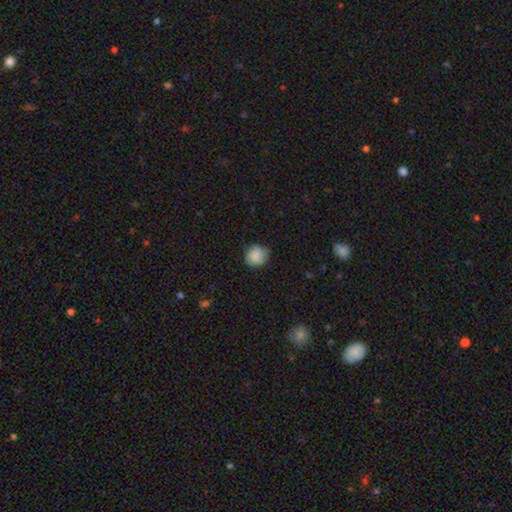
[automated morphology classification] A smooth galaxy with no disk features (85%) that is round (84%). Merging: none (76%).